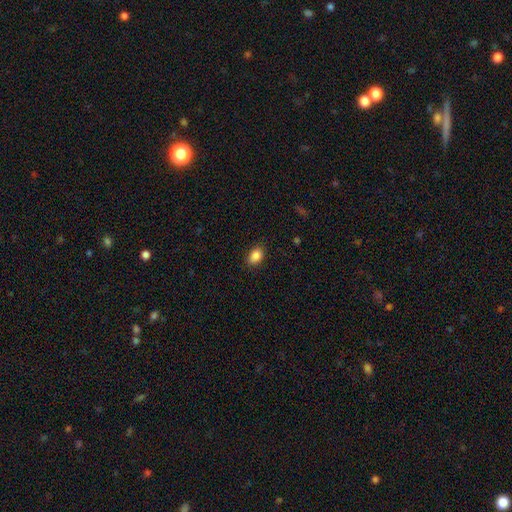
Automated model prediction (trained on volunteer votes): Overall: smooth (87%). How rounded: in between (78%). Merging: none (88%).